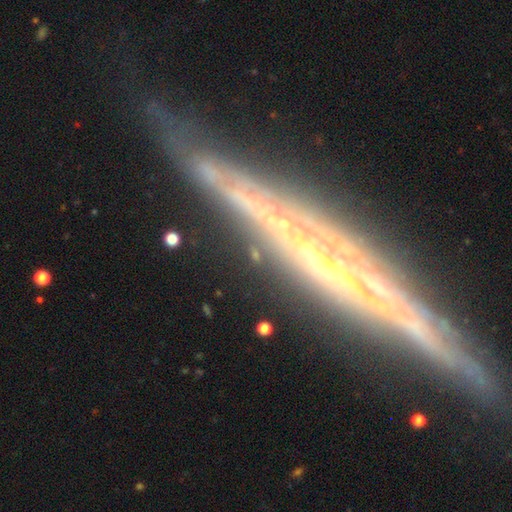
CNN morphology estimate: Smooth or featured? featured or disk (55%)
Edge-on disk? yes (74%)
Merging? none (77%)